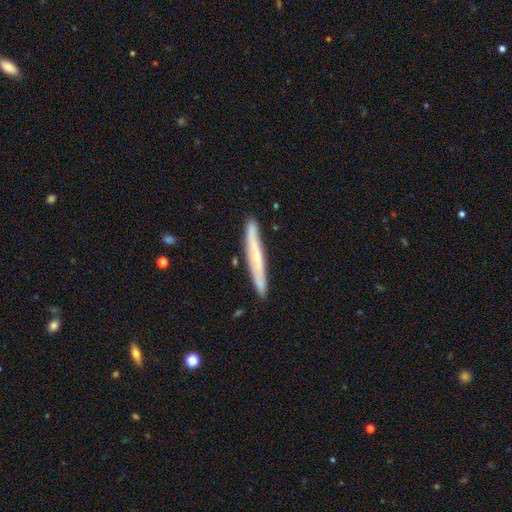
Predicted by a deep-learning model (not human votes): A featured or disk galaxy (53%) viewed edge-on (87%). Merging: none (87%).